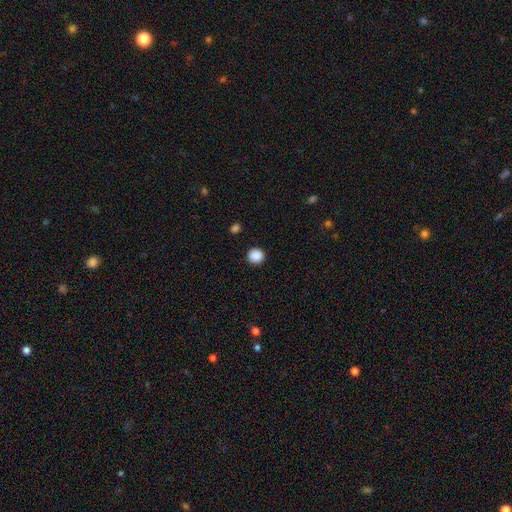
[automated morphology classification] type=smooth (88%); roundness=round (94%); merging=none (93%).